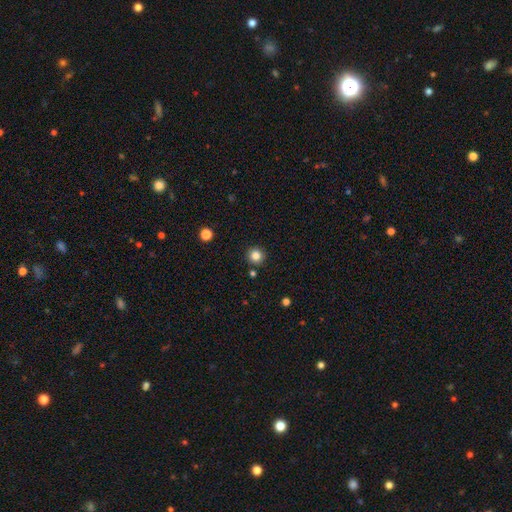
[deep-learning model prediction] Morphology: type=smooth (83%); roundness=round (95%); merging=none (90%).